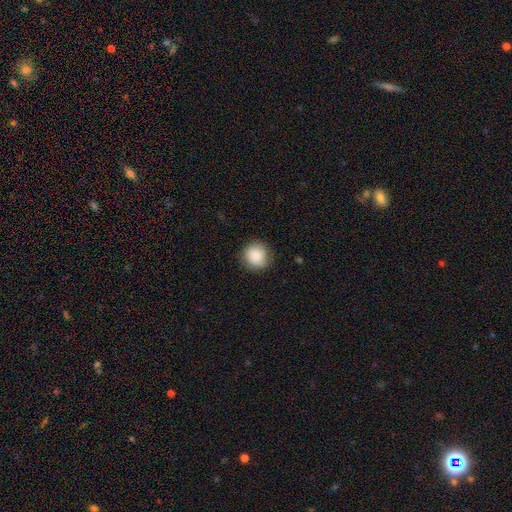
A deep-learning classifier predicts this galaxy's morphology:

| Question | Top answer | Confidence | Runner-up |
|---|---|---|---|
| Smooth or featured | smooth | 87% | star or artifact (7%) |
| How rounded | round | 92% | in between (7%) |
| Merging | none | 85% | minor disturbance (11%) |